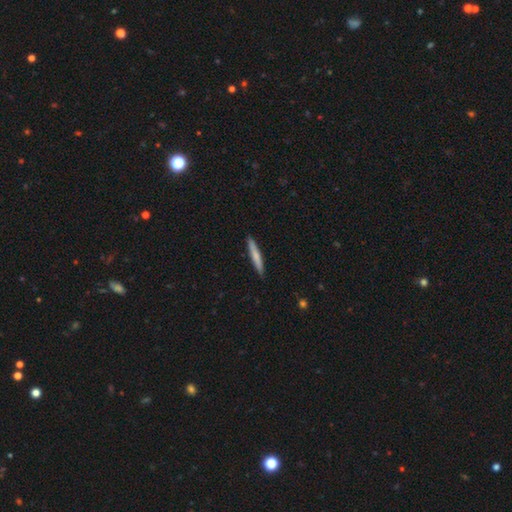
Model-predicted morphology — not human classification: smooth-or-featured: smooth: 69% | featured or disk: 26% | star or artifact: 5%
  how-rounded: cigar-shaped: 95% | in between: 4% | round: 1%
  merging: none: 91% | minor disturbance: 7% | major disturbance: 1% | merger: 1%